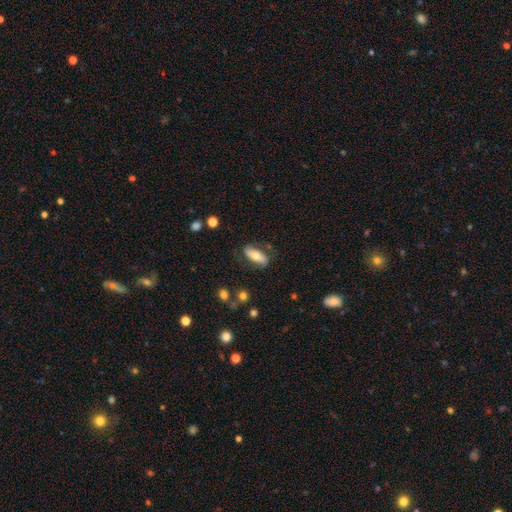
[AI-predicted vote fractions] Smooth or featured? smooth (65%)
How rounded? in between (77%)
Merging? none (76%)